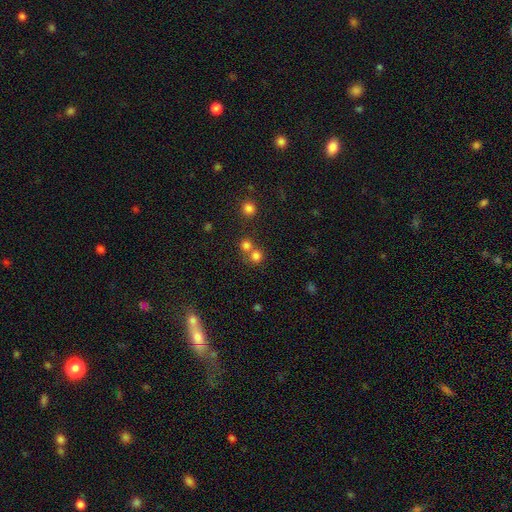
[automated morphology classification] Smooth or featured: smooth — 76% (star or artifact — 16%)
How rounded: round — 89% (in between — 10%)
Merging: none — 53% (merger — 39%)